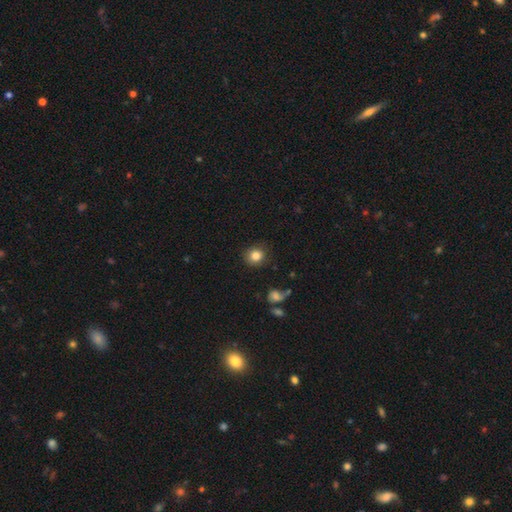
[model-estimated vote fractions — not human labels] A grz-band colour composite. It shows a smooth galaxy with no disk features (84%) that is round (84%). Merging: none (86%).